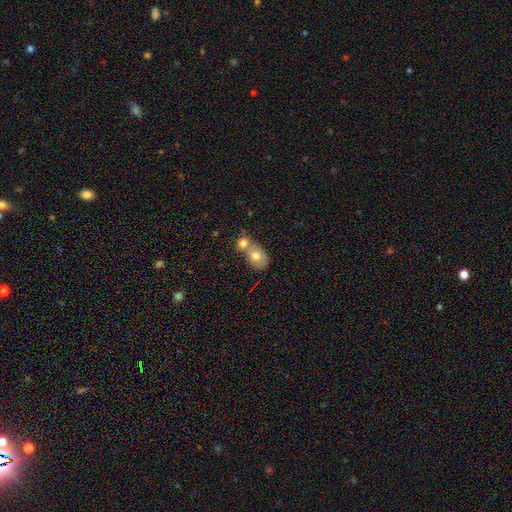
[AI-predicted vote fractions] Smooth or featured?
  - smooth: 70% *
  - featured or disk: 21%
  - star or artifact: 9%
How rounded?
  - in between: 67% *
  - round: 31%
  - cigar-shaped: 1%
Merging?
  - merger: 57% *
  - none: 31%
  - minor disturbance: 9%
  - major disturbance: 3%